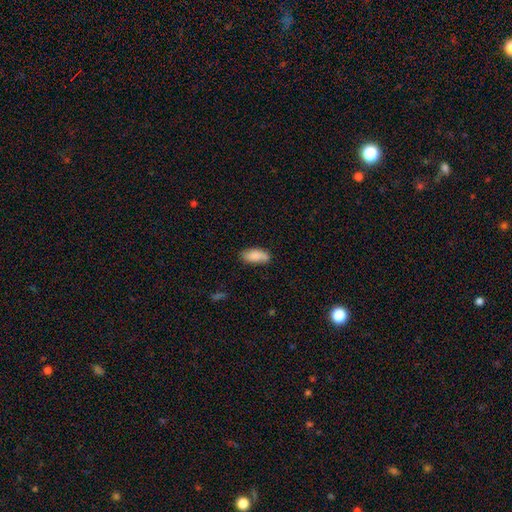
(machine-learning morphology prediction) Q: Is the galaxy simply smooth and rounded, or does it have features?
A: smooth — 86%.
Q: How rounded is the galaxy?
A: in between — 85%.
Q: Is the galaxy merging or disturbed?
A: none — 76%.